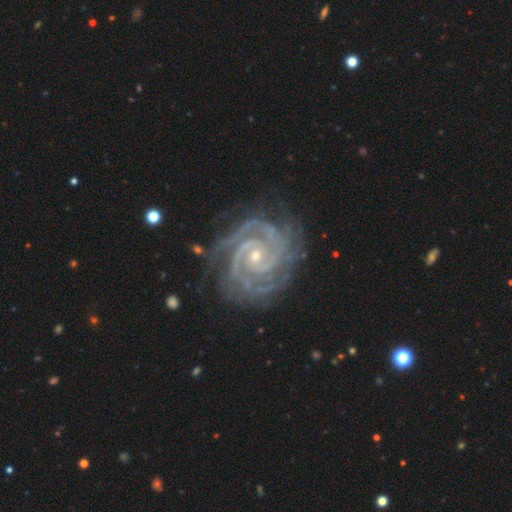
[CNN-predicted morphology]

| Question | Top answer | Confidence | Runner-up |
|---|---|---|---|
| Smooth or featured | featured or disk | 94% | star or artifact (4%) |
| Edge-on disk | no | 98% | yes (2%) |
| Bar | no | 64% | weak (25%) |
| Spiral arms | yes | 99% | no (1%) |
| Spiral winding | tight | 78% | medium (20%) |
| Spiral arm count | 2 | 45% | 3 (23%) |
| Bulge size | small | 71% | moderate (26%) |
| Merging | none | 75% | minor disturbance (18%) |